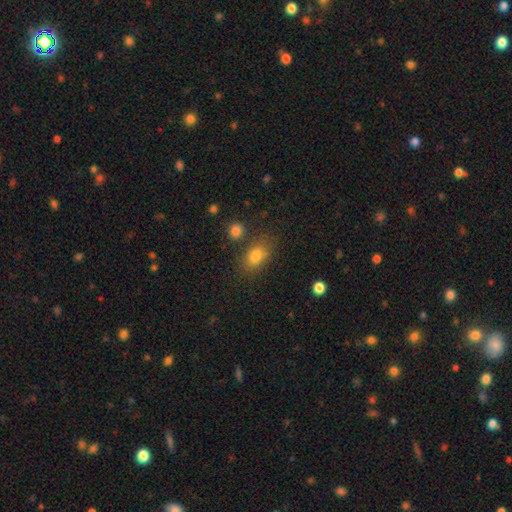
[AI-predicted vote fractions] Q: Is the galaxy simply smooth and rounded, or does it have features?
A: smooth — 80%.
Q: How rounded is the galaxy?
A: in between — 80%.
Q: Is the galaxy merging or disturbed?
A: none — 71%.